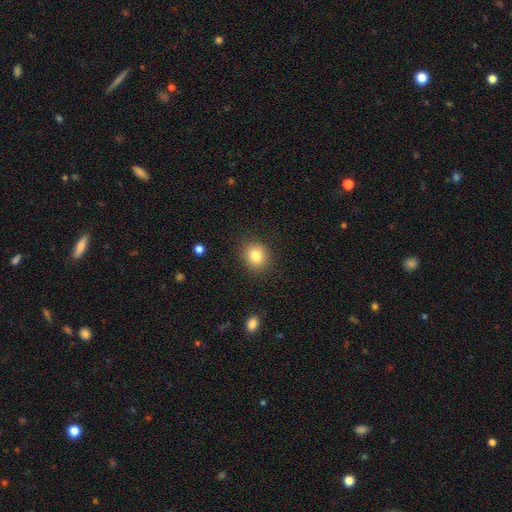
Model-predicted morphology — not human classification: Smooth or featured? Predicted: smooth (p=0.82). How rounded? Predicted: round (p=0.79). Merging? Predicted: none (p=0.88).